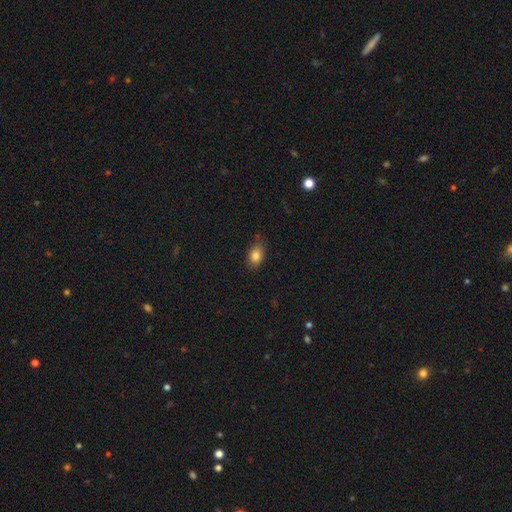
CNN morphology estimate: This is clearly a smooth galaxy (83%). How rounded: clearly in between (82%). Merging: likely none (73%).